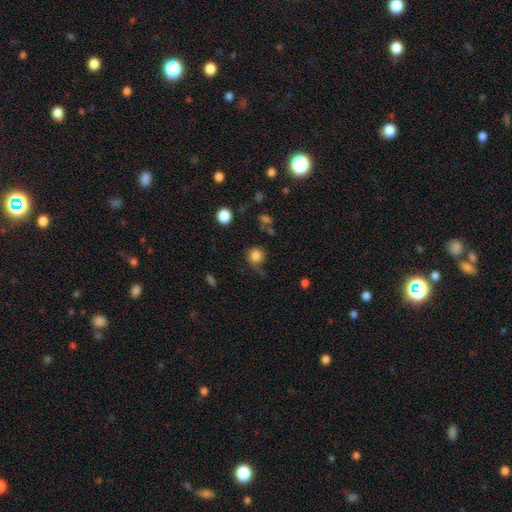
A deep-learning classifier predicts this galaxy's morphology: smooth-or-featured: smooth: 82% | star or artifact: 11% | featured or disk: 7%
  how-rounded: round: 88% | in between: 11% | cigar-shaped: 1%
  merging: none: 63% | minor disturbance: 21% | major disturbance: 12% | merger: 4%